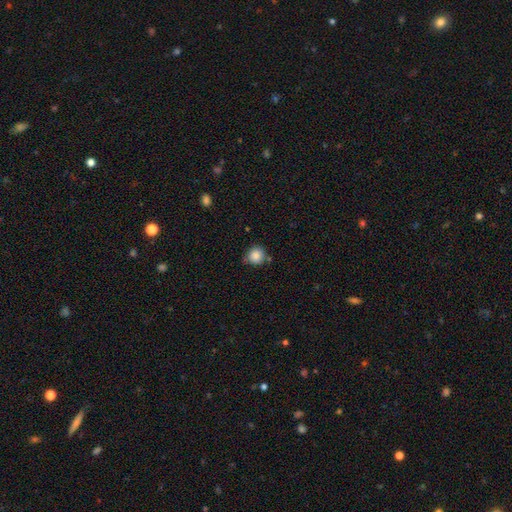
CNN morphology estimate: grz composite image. It shows a smooth galaxy with no disk features (86%) that is round (91%). Merging: none (73%).